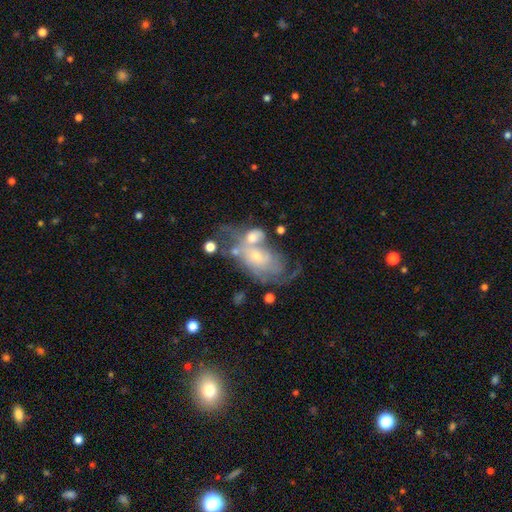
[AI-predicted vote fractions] smooth_or_featured: featured or disk (p=0.71) [alt: smooth p=0.19]
disk_edge_on: no (p=0.95) [alt: yes p=0.05]
bar: no (p=0.76) [alt: weak p=0.20]
has_spiral_arms: yes (p=0.76) [alt: no p=0.24]
spiral_winding: tight (p=0.46) [alt: medium p=0.34]
spiral_arm_count: can't tell (p=0.52) [alt: 2 p=0.22]
bulge_size: small (p=0.64) [alt: moderate p=0.27]
merging: merger (p=0.33) [alt: none p=0.30]